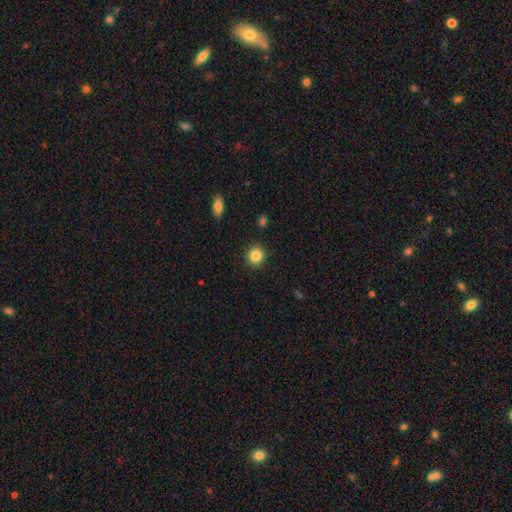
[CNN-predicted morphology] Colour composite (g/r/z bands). It shows a smooth galaxy with no disk features (85%) that is round (87%). Merging: none (90%).